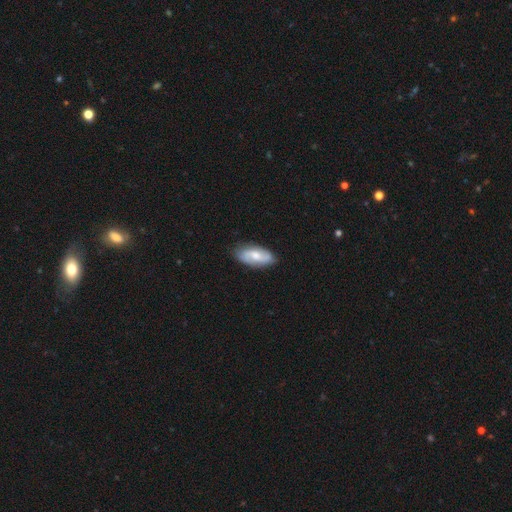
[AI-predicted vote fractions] Smooth or featured? featured or disk (53%)
Edge-on disk? no (92%)
Merging? none (81%)